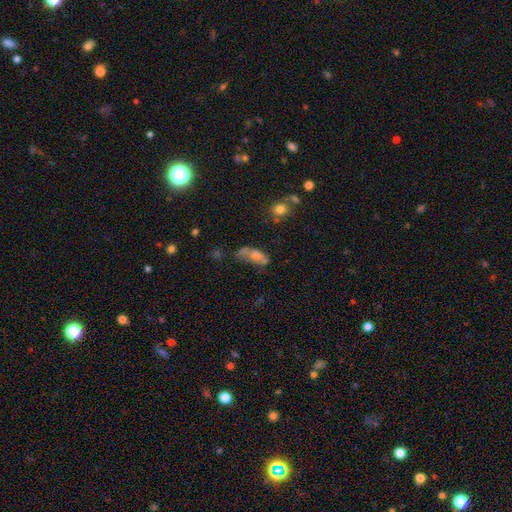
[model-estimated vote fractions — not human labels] This is likely a smooth galaxy (61%). How rounded: likely in between (79%). Merging: marginally none (31%).